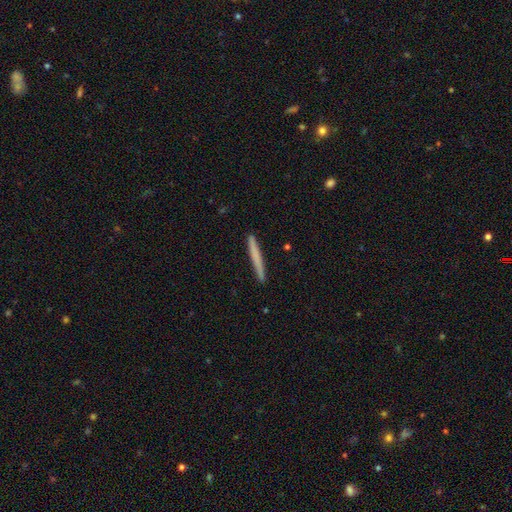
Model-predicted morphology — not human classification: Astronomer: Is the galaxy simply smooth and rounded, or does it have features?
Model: smooth — 65%.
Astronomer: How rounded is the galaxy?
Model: cigar-shaped — 97%.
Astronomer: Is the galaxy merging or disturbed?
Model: none — 91%.